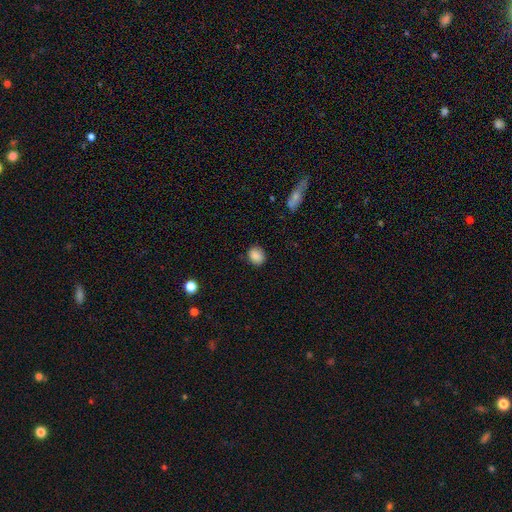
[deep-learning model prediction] Morphology: type=smooth (86%); roundness=round (57%); merging=none (84%).